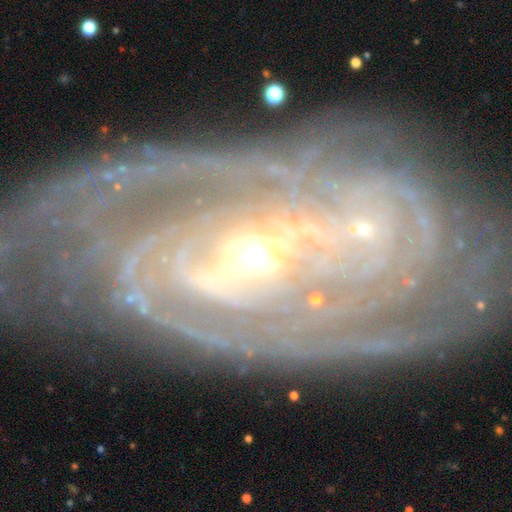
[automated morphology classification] A featured or disk galaxy (90%) with no bar (39%), tight (71%) spiral arms (94%) and a small central bulge (59%).

Vote fractions:
- Smooth or featured? featured or disk: 90% / star or artifact: 5% / smooth: 5%
- Edge-on disk? no: 94% / yes: 6%
- Bar? no: 39% / weak: 33% / strong: 28%
- Spiral arms? yes: 94% / no: 6%
- Spiral winding? tight: 71% / medium: 22% / loose: 7%
- Spiral arm count? can't tell: 28% / 2: 26% / 3: 17% / 4: 11% / more than 4: 10% / 1: 8%
- Bulge size? small: 59% / moderate: 36% / large: 3% / none: 2% / dominant: 1%
- Merging? none: 52% / minor disturbance: 21% / merger: 14% / major disturbance: 13%